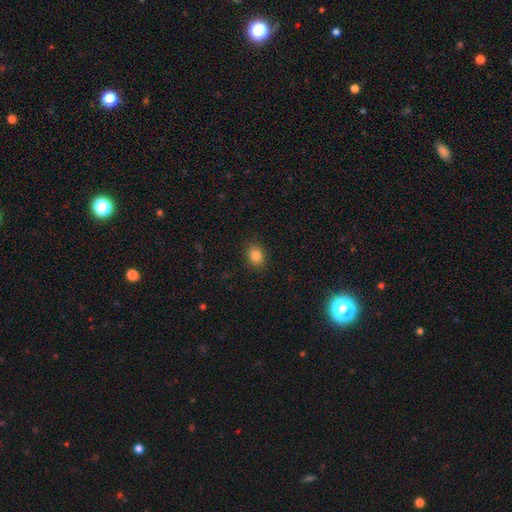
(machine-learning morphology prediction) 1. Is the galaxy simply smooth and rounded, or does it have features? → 84% smooth, 11% star or artifact, 6% featured or disk.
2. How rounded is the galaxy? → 61% in between, 38% round, 1% cigar-shaped.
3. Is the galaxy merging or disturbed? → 88% none, 9% minor disturbance, 2% major disturbance, 1% merger.